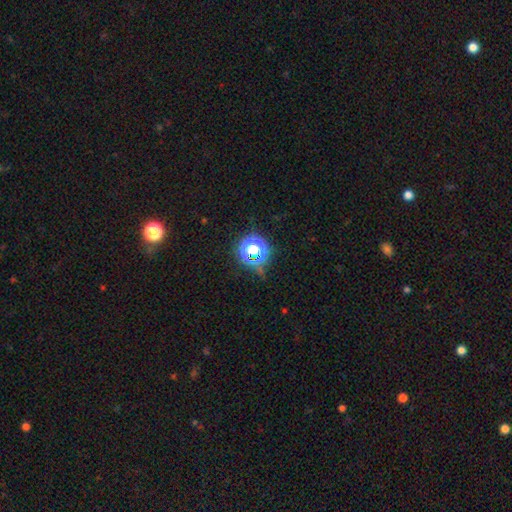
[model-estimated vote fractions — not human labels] Q: Smooth or featured?
A: star or artifact (71%); runner-up: smooth (22%)